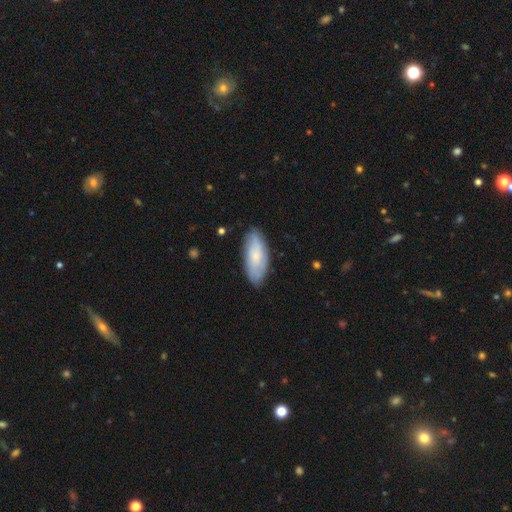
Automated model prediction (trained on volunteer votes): This is likely a smooth galaxy (60%). How rounded: clearly in between (82%). Merging: likely none (79%).